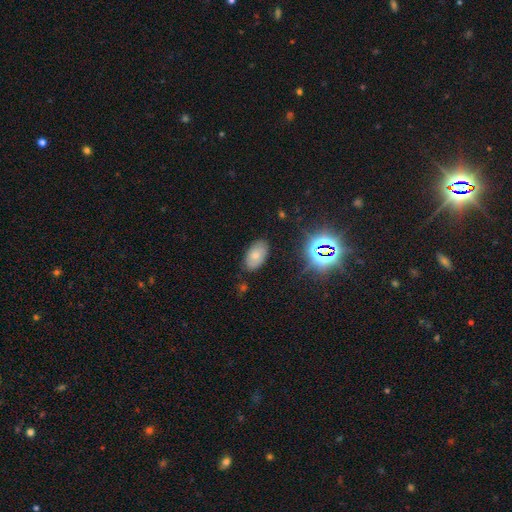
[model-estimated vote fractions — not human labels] Smooth or featured: smooth — 66% (featured or disk — 18%)
How rounded: in between — 94% (round — 5%)
Merging: none — 81% (minor disturbance — 14%)